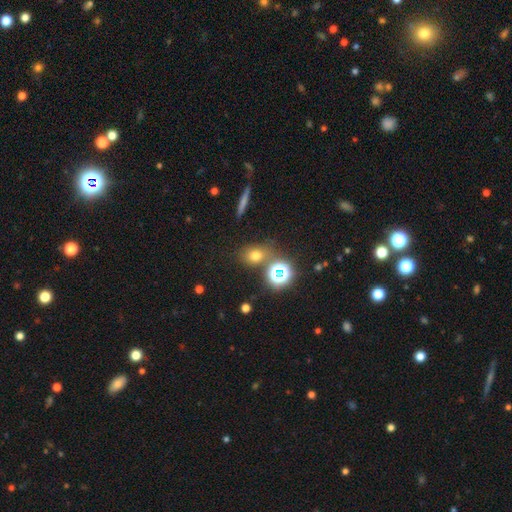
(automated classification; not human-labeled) Overall: smooth (65%; star or artifact 26%). How rounded: round (53%; in between 45%). Merging: none (74%).